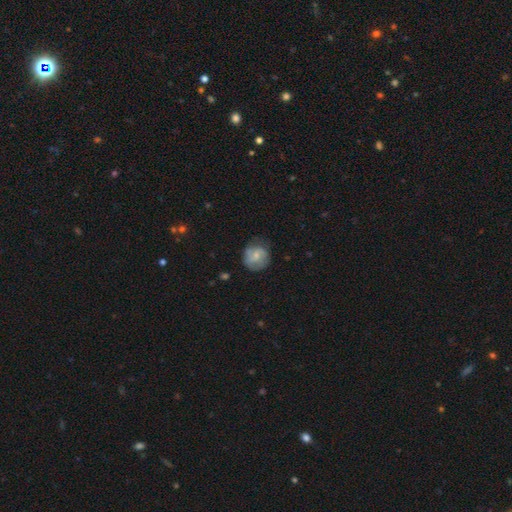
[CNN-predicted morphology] Overall: smooth (54%; featured or disk 38%). How rounded: round (80%). Merging: none (64%; minor disturbance 25%).